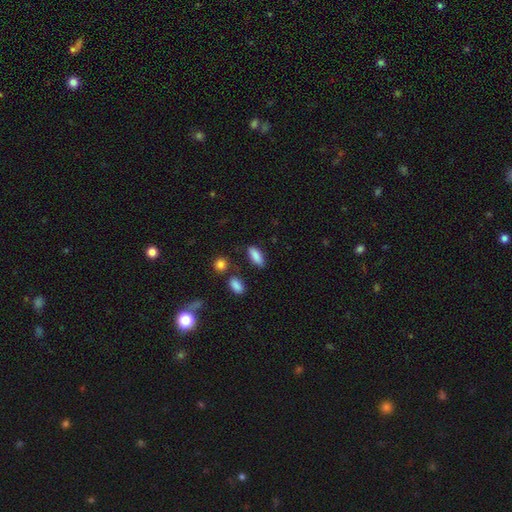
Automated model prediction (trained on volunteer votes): This is clearly a smooth galaxy (86%). How rounded: likely in between (75%). Merging: likely none (78%).